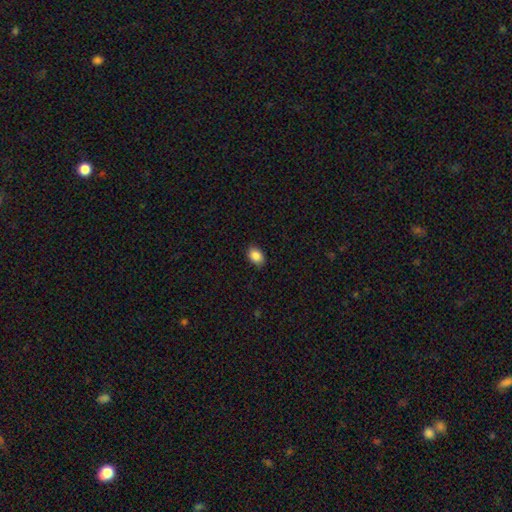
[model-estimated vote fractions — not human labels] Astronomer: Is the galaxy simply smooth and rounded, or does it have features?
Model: smooth — 88%.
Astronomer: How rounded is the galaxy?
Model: in between — 78%.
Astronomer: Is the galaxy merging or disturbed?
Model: none — 86%.